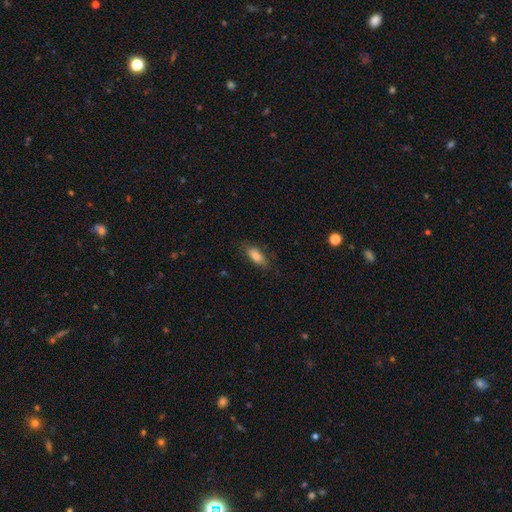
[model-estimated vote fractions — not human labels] This appears to be a smooth galaxy with no disk features (79%) that is in between round and cigar-shaped (78%). Merging: none (76%).